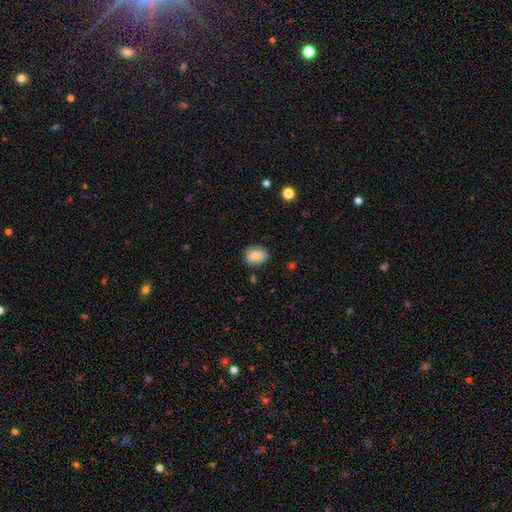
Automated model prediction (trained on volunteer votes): Overall: smooth (83%). How rounded: in between (66%; round 33%). Merging: none (78%).